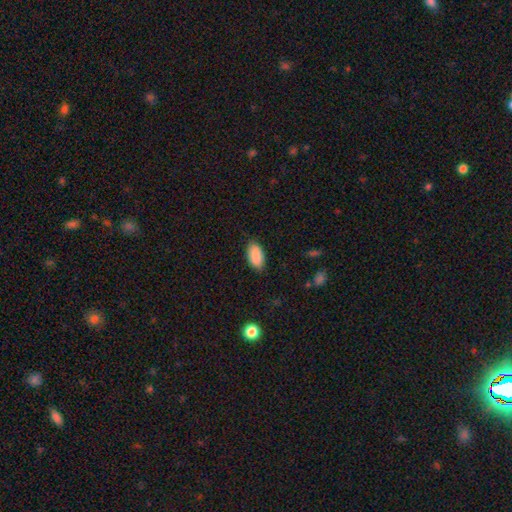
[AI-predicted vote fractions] smooth-or-featured: smooth: 91% | star or artifact: 6% | featured or disk: 3%
  how-rounded: in between: 94% | cigar-shaped: 4% | round: 2%
  merging: none: 86% | minor disturbance: 11% | major disturbance: 2% | merger: 1%